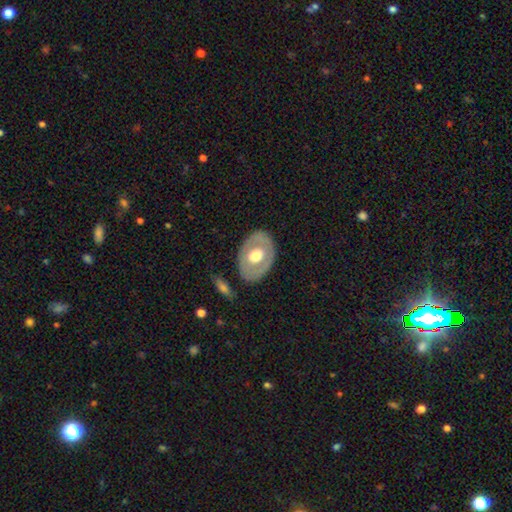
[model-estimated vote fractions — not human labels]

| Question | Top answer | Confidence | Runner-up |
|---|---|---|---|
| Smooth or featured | featured or disk | 48% | smooth (47%) |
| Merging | none | 81% | minor disturbance (12%) |